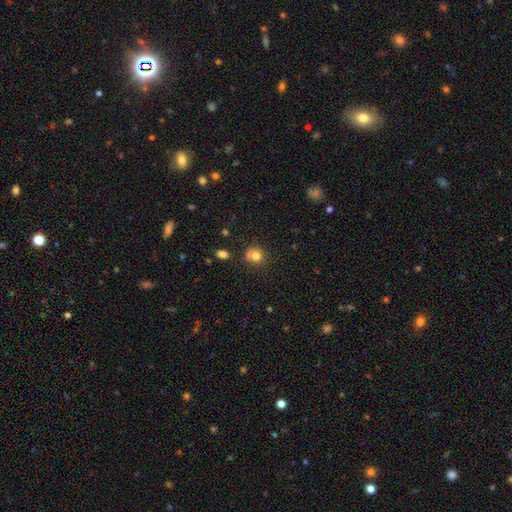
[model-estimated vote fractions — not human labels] smooth-or-featured: smooth: 77% | star or artifact: 13% | featured or disk: 10%
  how-rounded: round: 82% | in between: 17% | cigar-shaped: 1%
  merging: none: 61% | minor disturbance: 18% | merger: 15% | major disturbance: 6%